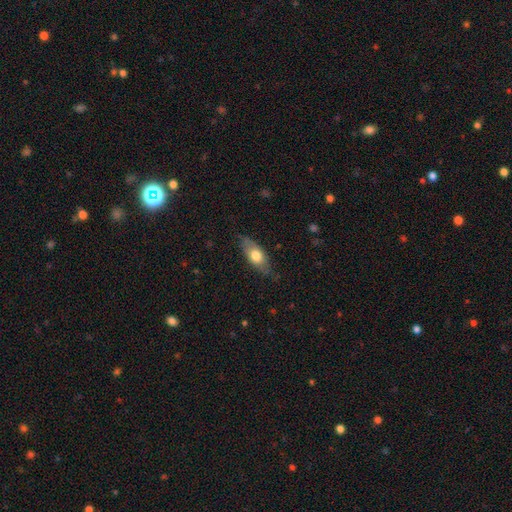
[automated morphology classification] Smooth or featured? Predicted: smooth (p=0.67). How rounded? Predicted: in between (p=0.80). Merging? Predicted: none (p=0.74).